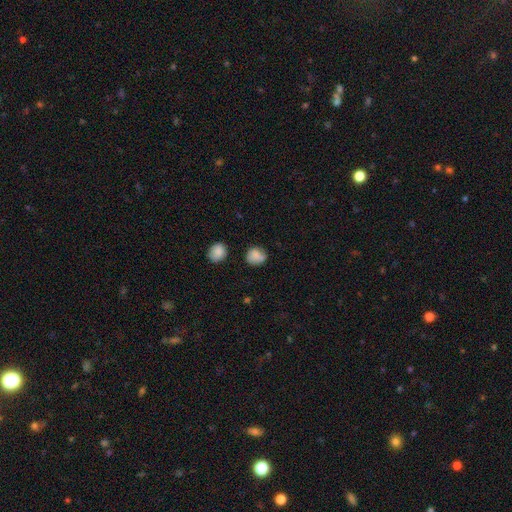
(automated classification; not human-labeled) Smooth or featured? Predicted: smooth (p=0.81). How rounded? Predicted: round (p=0.71). Merging? Predicted: none (p=0.63).